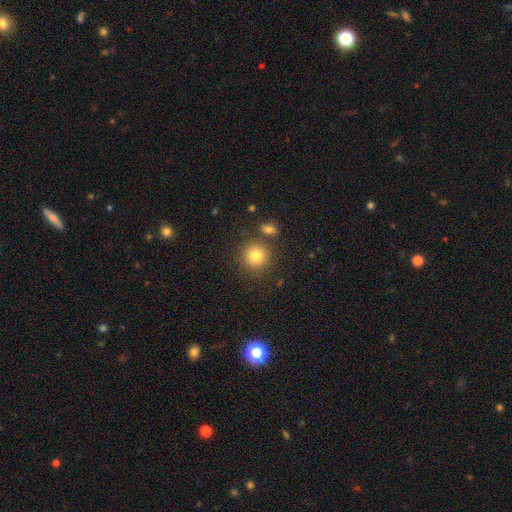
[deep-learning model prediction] smooth_or_featured: smooth (p=0.81) [alt: star or artifact p=0.11]
how_rounded: round (p=0.92) [alt: in between p=0.07]
merging: none (p=0.80) [alt: merger p=0.08]